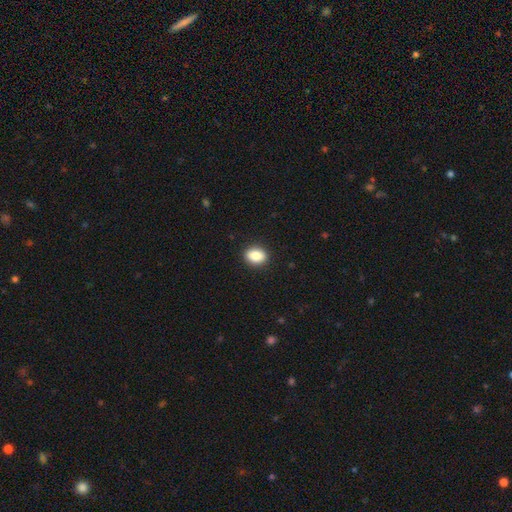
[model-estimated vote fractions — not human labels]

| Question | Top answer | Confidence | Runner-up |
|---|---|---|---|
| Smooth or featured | smooth | 87% | star or artifact (8%) |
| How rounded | in between | 69% | round (29%) |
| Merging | none | 90% | minor disturbance (7%) |